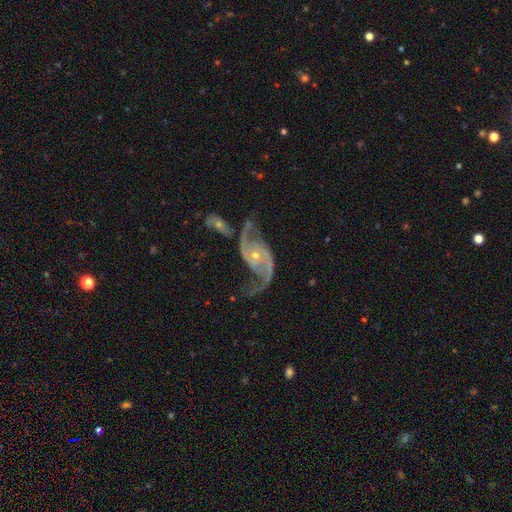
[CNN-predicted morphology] Overall: featured or disk (91%). Edge-on disk: no (97%). Bar: no (67%). Spiral arms: yes (97%). Spiral arm count: 2 (91%). Spiral winding: loose (49%; medium 40%). Bulge size: small (65%; moderate 31%). Merging: none (50%; minor disturbance 19%).